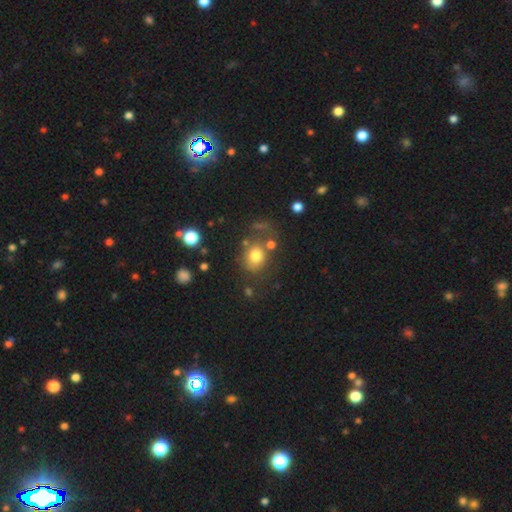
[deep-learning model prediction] Morphology: type=smooth (75%); roundness=round (60%); merging=none (59%).